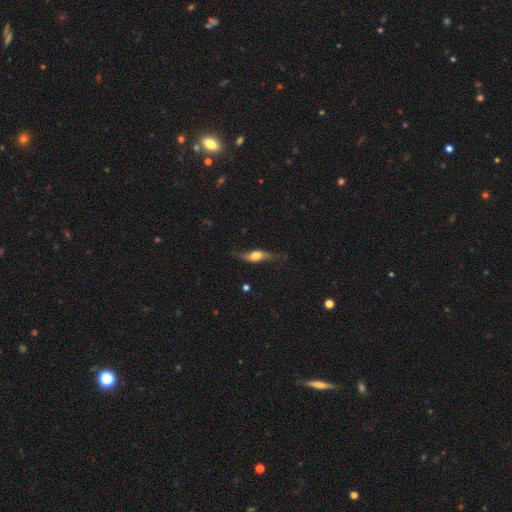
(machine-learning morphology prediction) Q: Smooth or featured?
A: featured or disk (55%); runner-up: smooth (38%)
Q: Edge-on disk?
A: yes (62%); runner-up: no (38%)
Q: Merging?
A: none (65%); runner-up: minor disturbance (24%)